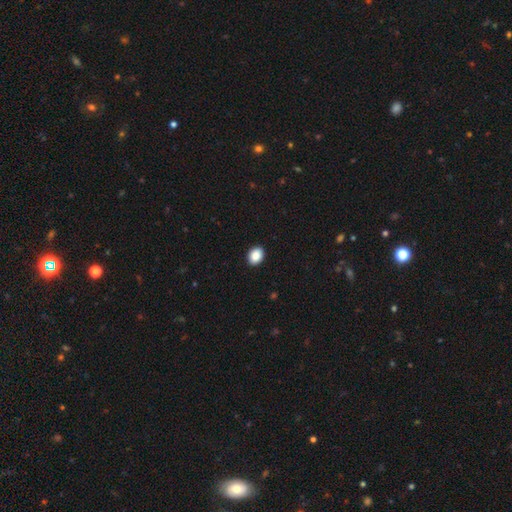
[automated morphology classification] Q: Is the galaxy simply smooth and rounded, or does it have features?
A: smooth — 89%.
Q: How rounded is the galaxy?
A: in between — 64%.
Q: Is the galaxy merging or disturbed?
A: none — 92%.